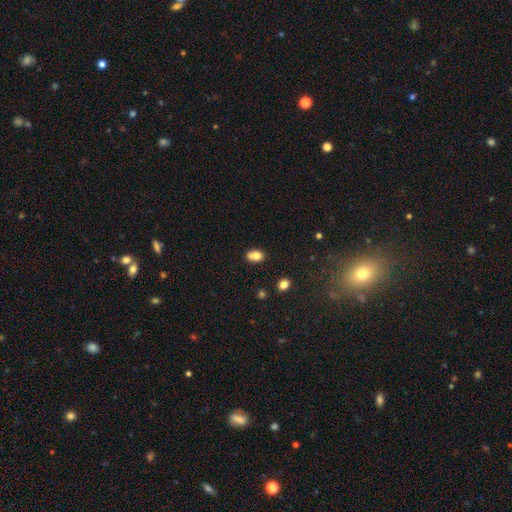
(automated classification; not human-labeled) Q: Smooth or featured?
A: smooth (77%); runner-up: featured or disk (12%)
Q: How rounded?
A: in between (70%); runner-up: round (29%)
Q: Merging?
A: none (47%); runner-up: merger (30%)